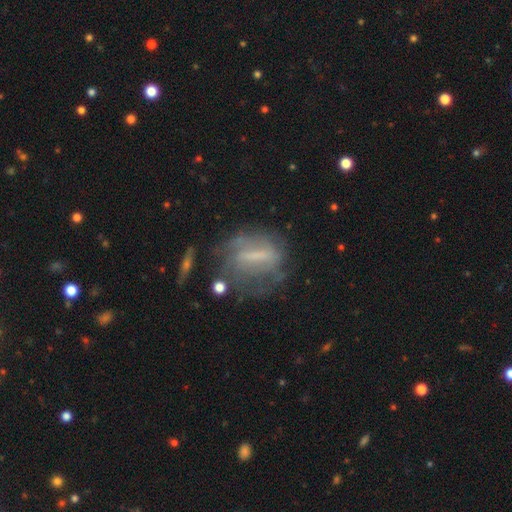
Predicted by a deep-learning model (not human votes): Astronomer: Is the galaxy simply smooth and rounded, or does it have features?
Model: featured or disk — 59%.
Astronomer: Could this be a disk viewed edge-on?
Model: no — 83%.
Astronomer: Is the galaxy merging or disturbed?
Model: none — 47% (runner-up: major disturbance, 24%).